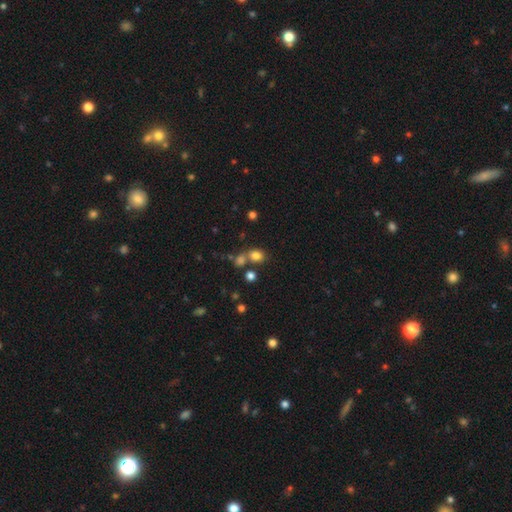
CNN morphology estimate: Q: Smooth or featured?
A: smooth (77%); runner-up: star or artifact (15%)
Q: How rounded?
A: round (51%); runner-up: in between (47%)
Q: Merging?
A: none (56%); runner-up: merger (28%)